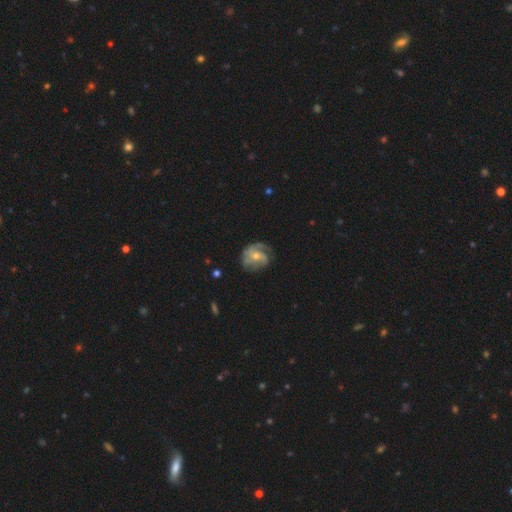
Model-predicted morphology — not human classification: This appears to be a featured or disk galaxy (77%) with no bar (62%), 2 (29%) tight (45%) spiral arms (92%) and a moderate central bulge (50%). Merging: none (64%).